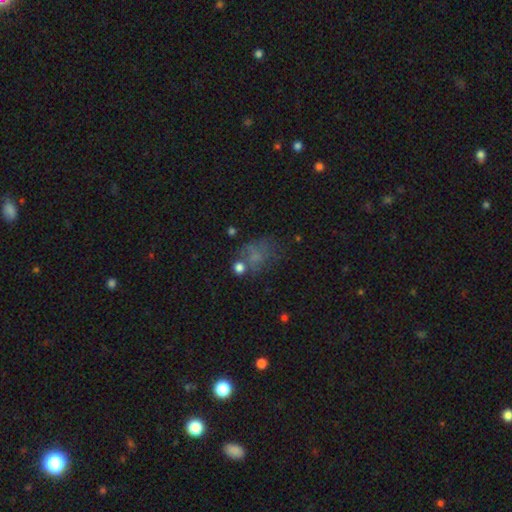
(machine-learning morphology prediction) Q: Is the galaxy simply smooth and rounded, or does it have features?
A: smooth — 54%.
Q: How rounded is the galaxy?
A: in between — 60%.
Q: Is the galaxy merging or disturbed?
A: none — 40%.